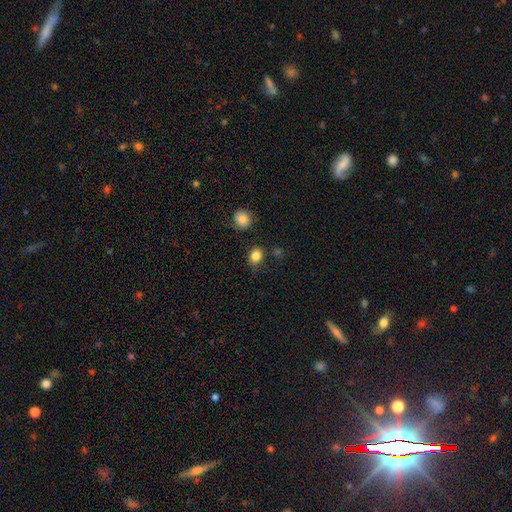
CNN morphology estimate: This appears to be a smooth galaxy with no disk features (84%) that is round (64%). Merging: none (75%).